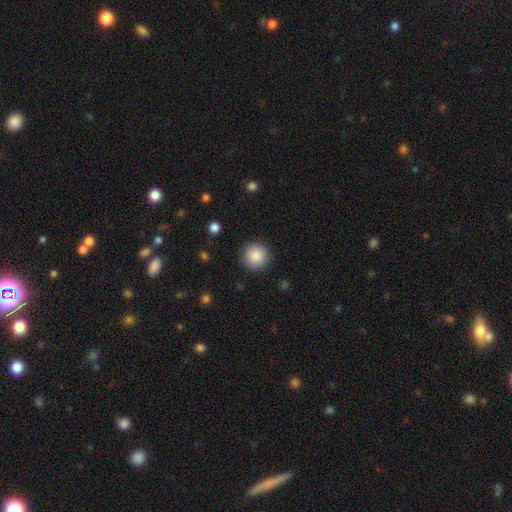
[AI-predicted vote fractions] This appears to be a smooth galaxy with no disk features (87%) that is round (95%). Merging: none (91%).